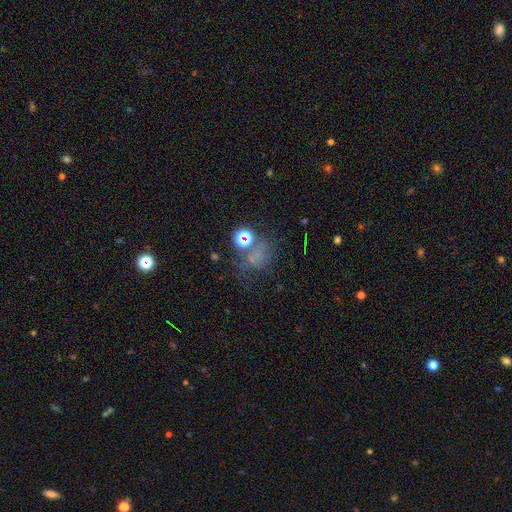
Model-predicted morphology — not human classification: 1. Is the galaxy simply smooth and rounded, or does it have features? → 43% star or artifact, 41% smooth, 16% featured or disk.